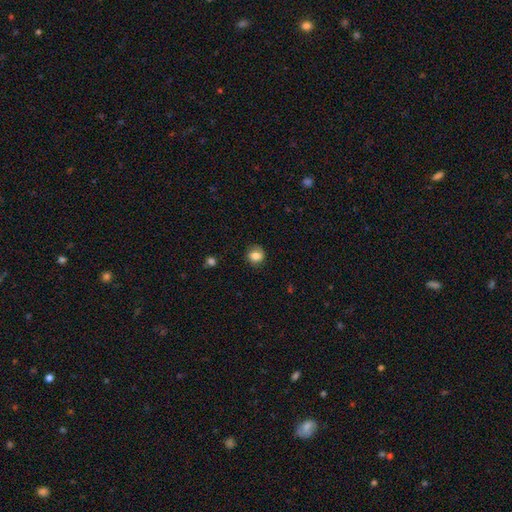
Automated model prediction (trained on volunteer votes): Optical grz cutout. It shows a smooth galaxy with no disk features (79%) that is round (72%). Merging: none (76%).